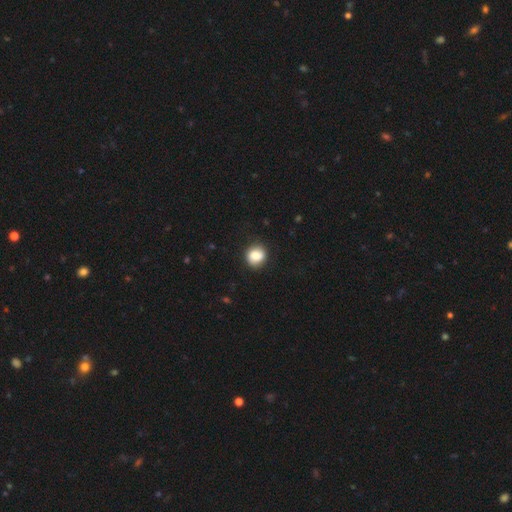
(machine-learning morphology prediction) The model was most divided on "how rounded": round: 77%, in between: 22%, cigar-shaped: 1%. More confident: merging — none (82%); smooth or featured — smooth (81%).